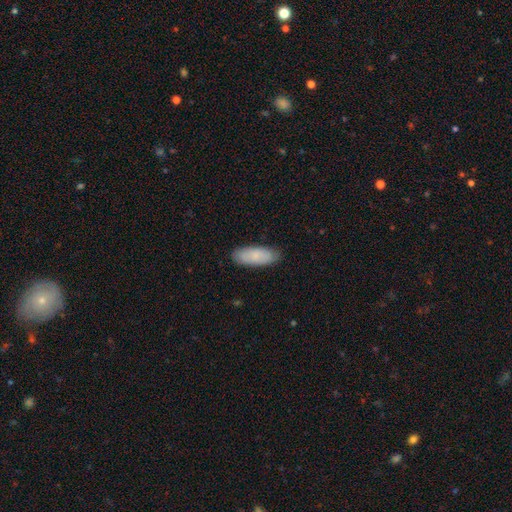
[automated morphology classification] type=smooth (82%); roundness=in between (74%); merging=none (85%).